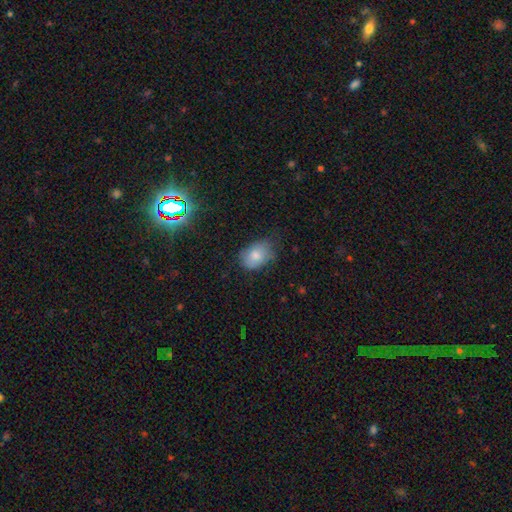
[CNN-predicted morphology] Smooth or featured? smooth (80%)
How rounded? in between (80%)
Merging? none (57%)